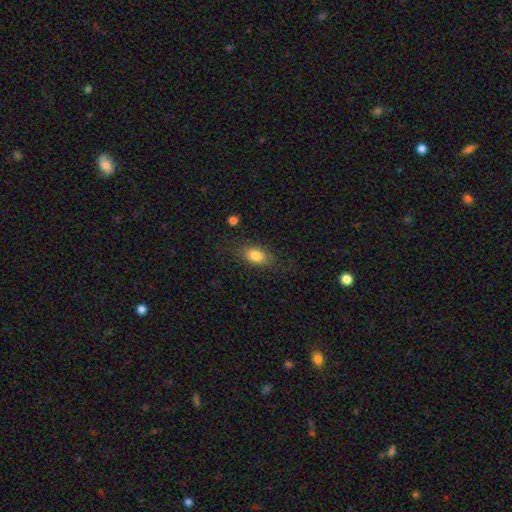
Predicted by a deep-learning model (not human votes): smooth 79%, featured or disk 13%, star or artifact 8%. Down the decision tree: how rounded — in between (85%); merging — none (77%).